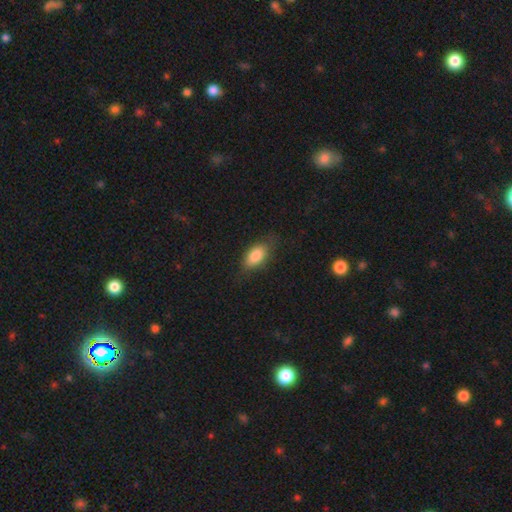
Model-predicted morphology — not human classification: smooth-or-featured: smooth: 83% | featured or disk: 9% | star or artifact: 7%
  how-rounded: in between: 89% | cigar-shaped: 7% | round: 4%
  merging: none: 72% | minor disturbance: 21% | major disturbance: 6% | merger: 1%